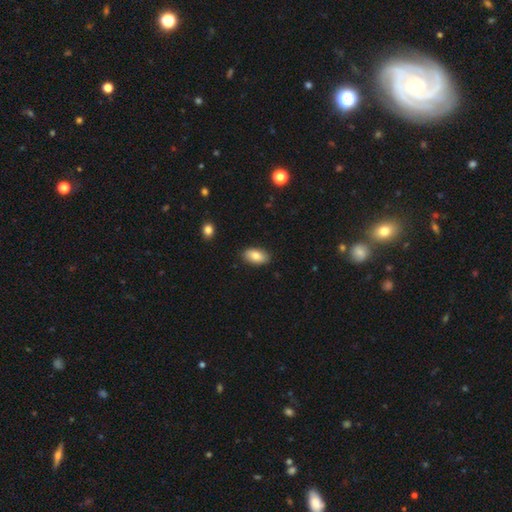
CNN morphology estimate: Smooth or featured: smooth — 82% (featured or disk — 11%)
How rounded: in between — 93% (round — 4%)
Merging: none — 87% (minor disturbance — 9%)